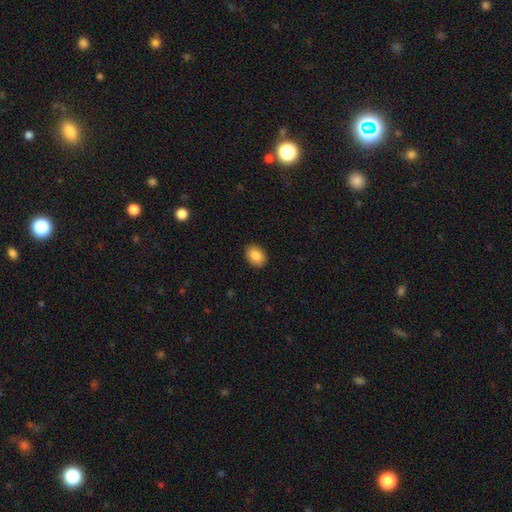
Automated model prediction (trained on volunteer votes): Morphology: type=smooth (88%); roundness=in between (79%); merging=none (90%).